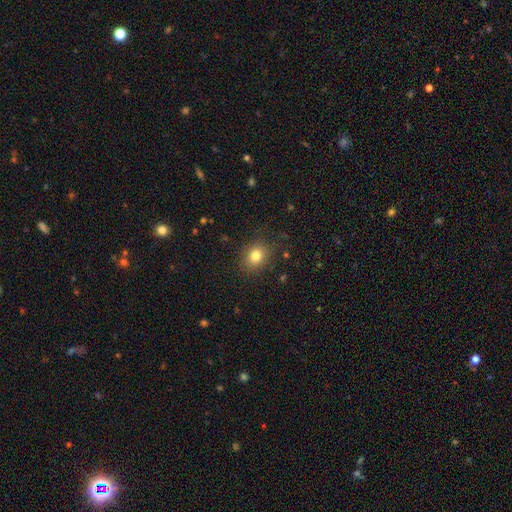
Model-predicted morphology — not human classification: smooth 80%, star or artifact 12%, featured or disk 8%. Down the decision tree: how rounded — round (59%); merging — none (84%).